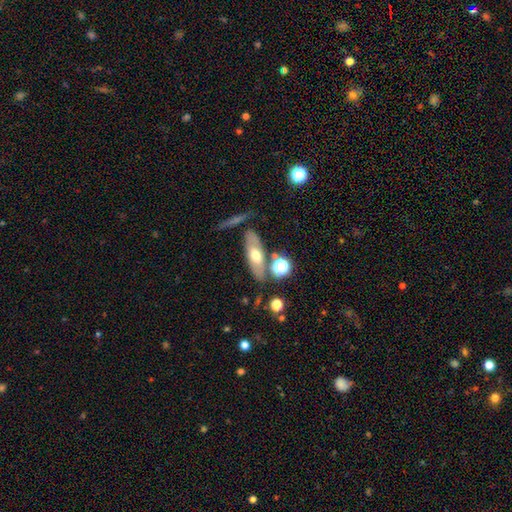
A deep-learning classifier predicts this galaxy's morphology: Smooth or featured? Predicted: featured or disk (p=0.46). Merging? Predicted: none (p=0.71).